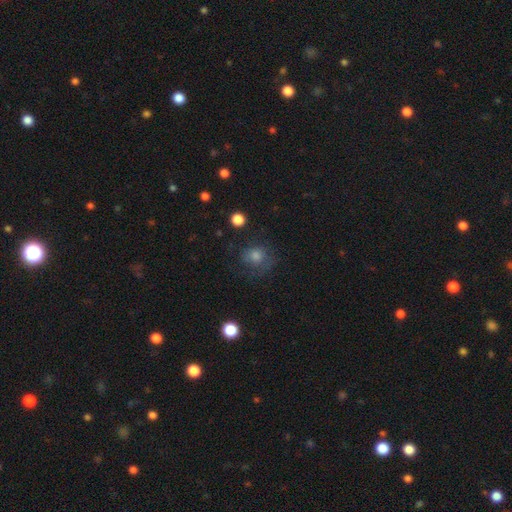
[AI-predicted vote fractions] Smooth or featured? Predicted: smooth (p=0.63). How rounded? Predicted: round (p=0.77). Merging? Predicted: none (p=0.63).